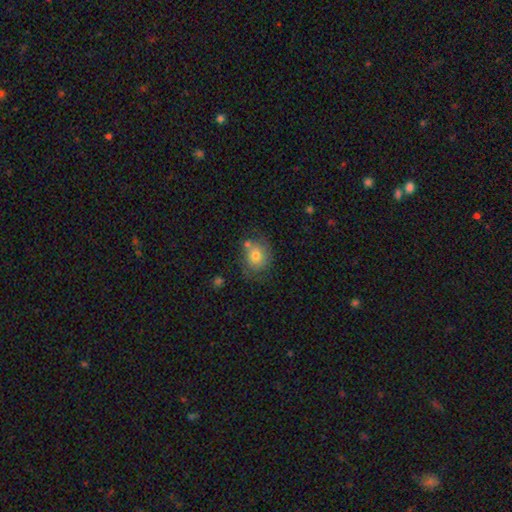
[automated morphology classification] Smooth or featured? smooth (66%)
How rounded? round (67%)
Merging? none (55%)